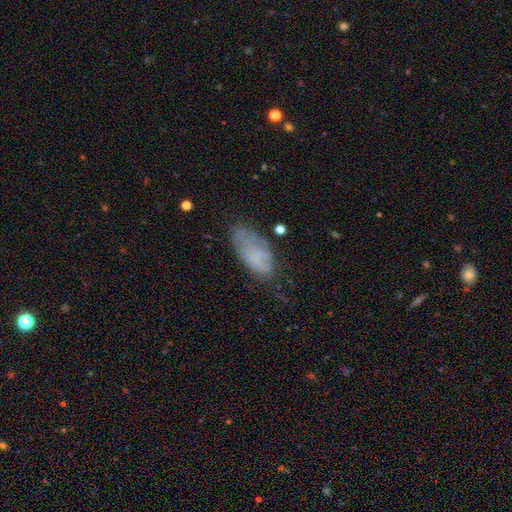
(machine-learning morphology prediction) This appears to be a smooth galaxy with no disk features (57%) that is in between round and cigar-shaped (88%). Merging: none (47%).